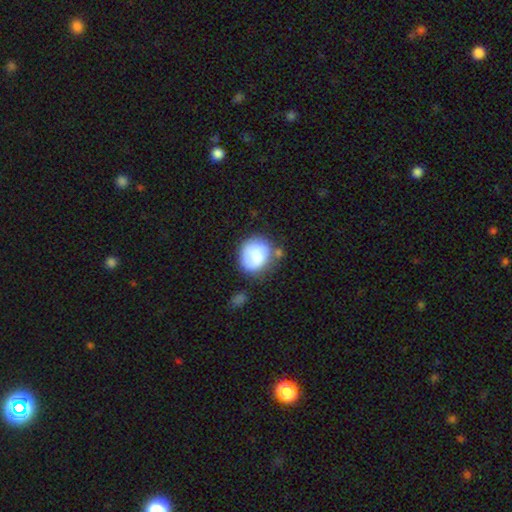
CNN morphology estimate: Overall: smooth (80%). How rounded: round (64%; in between 35%). Merging: none (52%; minor disturbance 25%).